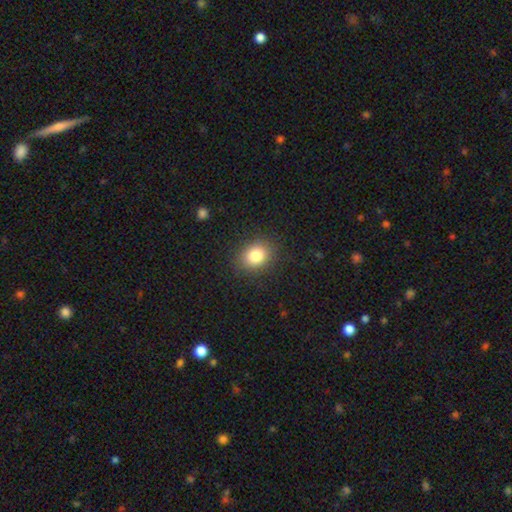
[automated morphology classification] smooth 82%, star or artifact 10%, featured or disk 8%. Down the decision tree: how rounded — round (50%); merging — none (88%).